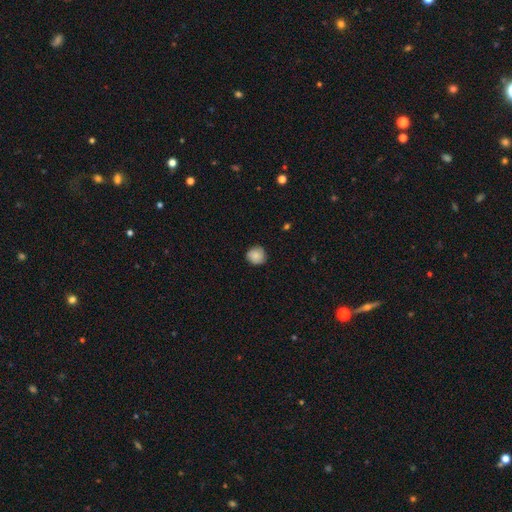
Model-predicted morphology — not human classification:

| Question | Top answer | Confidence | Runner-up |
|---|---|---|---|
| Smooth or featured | smooth | 81% | featured or disk (11%) |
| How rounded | round | 89% | in between (10%) |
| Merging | none | 83% | minor disturbance (13%) |